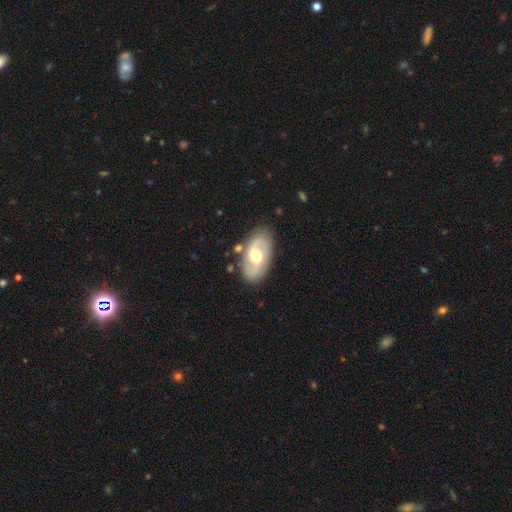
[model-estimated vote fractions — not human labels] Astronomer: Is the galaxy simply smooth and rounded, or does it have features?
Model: featured or disk — 70%.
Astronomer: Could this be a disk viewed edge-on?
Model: no — 94%.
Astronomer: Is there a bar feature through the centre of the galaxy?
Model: no — 48% (runner-up: weak, 40%).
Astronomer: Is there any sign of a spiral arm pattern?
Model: yes — 77%.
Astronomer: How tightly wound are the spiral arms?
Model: medium — 46% (runner-up: tight, 27%).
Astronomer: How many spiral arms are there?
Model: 2 — 83%.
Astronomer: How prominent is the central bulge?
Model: moderate — 72%.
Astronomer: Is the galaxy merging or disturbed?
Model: none — 79%.